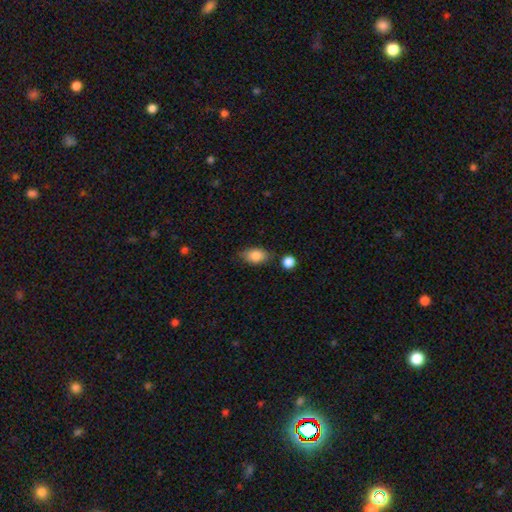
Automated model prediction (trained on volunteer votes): Smooth or featured?
  - smooth: 84% *
  - featured or disk: 8%
  - star or artifact: 8%
How rounded?
  - in between: 87% *
  - round: 10%
  - cigar-shaped: 3%
Merging?
  - none: 73% *
  - minor disturbance: 17%
  - merger: 6%
  - major disturbance: 4%